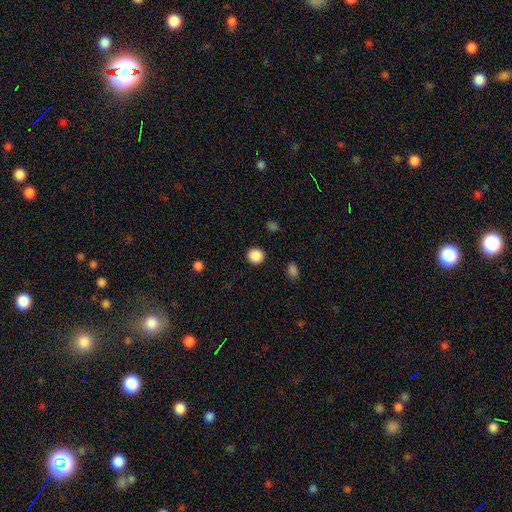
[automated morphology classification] type=smooth (88%); roundness=round (93%); merging=none (92%).